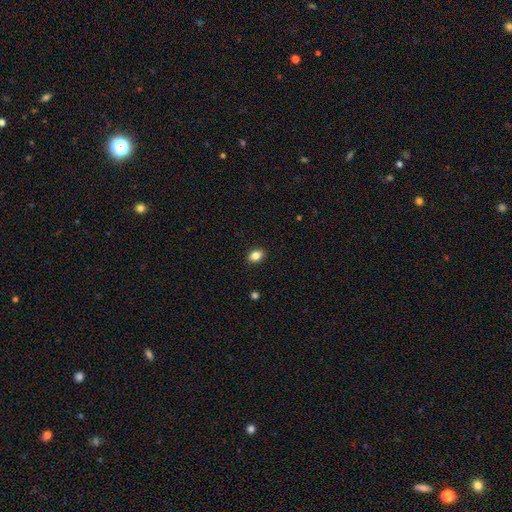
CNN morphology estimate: This is clearly a smooth galaxy (85%). How rounded: likely in between (80%). Merging: clearly none (90%).